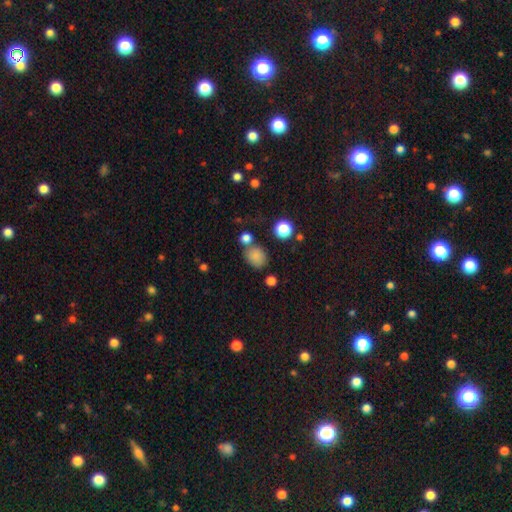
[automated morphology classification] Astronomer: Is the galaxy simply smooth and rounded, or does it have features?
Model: smooth — 82%.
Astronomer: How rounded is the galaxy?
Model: round — 55% (runner-up: in between, 43%).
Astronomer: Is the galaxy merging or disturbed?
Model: none — 66%.